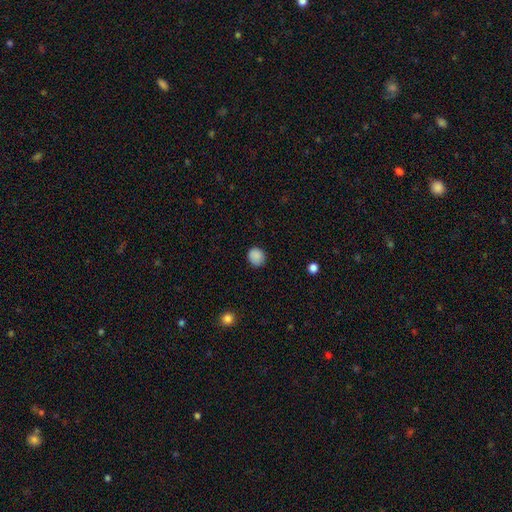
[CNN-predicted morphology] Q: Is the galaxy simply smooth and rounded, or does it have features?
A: smooth — 88%.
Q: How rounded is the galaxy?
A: round — 81%.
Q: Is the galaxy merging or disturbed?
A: none — 86%.